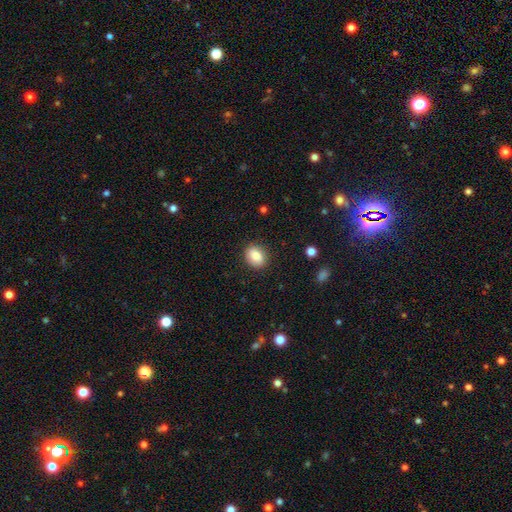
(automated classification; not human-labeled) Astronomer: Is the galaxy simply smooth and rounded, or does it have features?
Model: smooth — 84%.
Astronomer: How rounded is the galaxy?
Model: in between — 62% (runner-up: round, 37%).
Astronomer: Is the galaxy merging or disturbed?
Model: none — 87%.